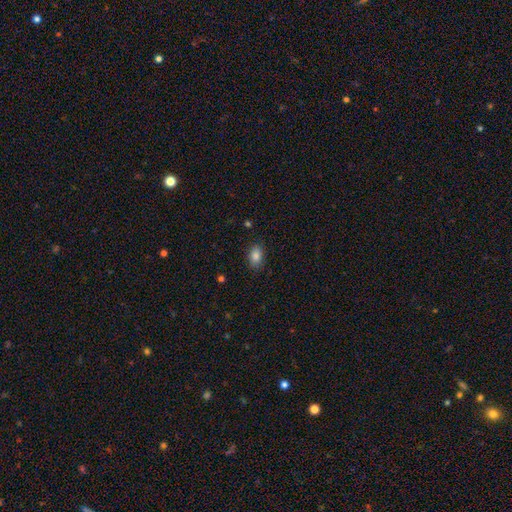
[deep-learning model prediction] This is clearly a smooth galaxy (85%). How rounded: clearly in between (84%). Merging: clearly none (84%).